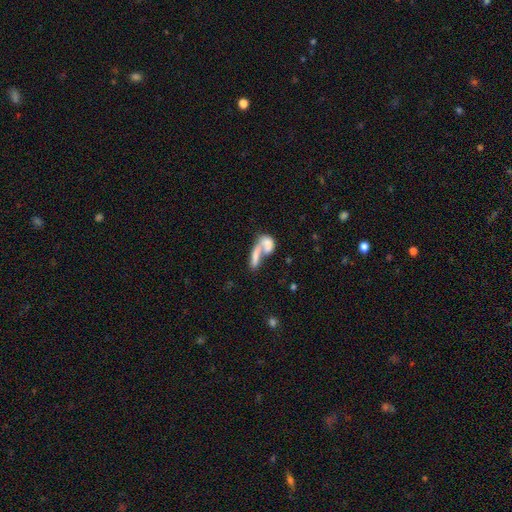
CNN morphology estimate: A smooth galaxy with no disk features (59%) that is in between round and cigar-shaped (59%). Merging: merger (66%).